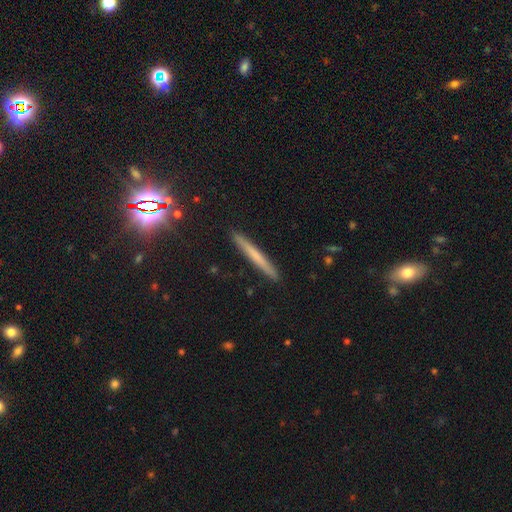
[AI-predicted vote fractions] This appears to be a smooth galaxy with no disk features (55%) that is cigar-shaped (96%). Merging: none (92%).